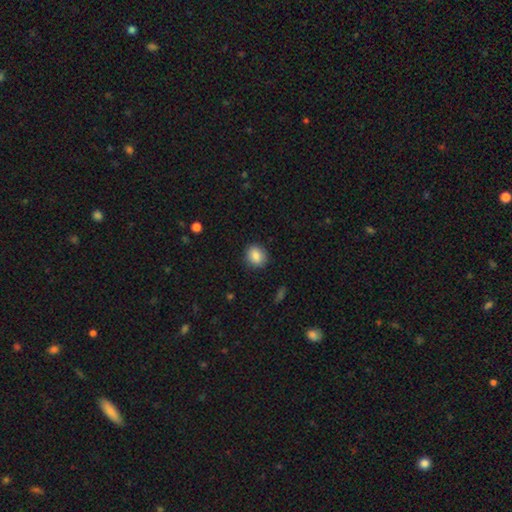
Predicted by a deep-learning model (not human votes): smooth-or-featured: smooth: 85% | star or artifact: 9% | featured or disk: 7%
  how-rounded: round: 73% | in between: 26% | cigar-shaped: 1%
  merging: none: 89% | minor disturbance: 8% | major disturbance: 2% | merger: 1%